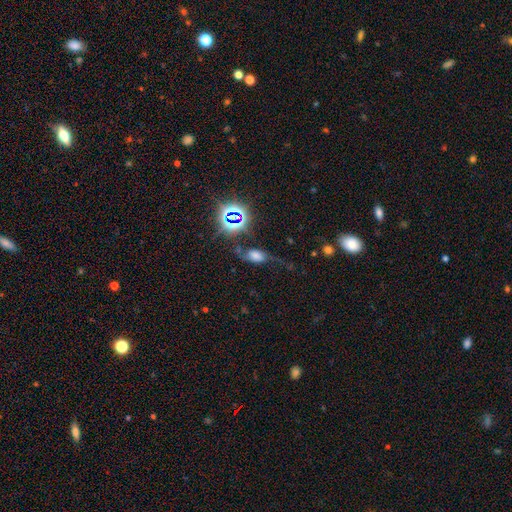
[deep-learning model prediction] This appears to be a smooth galaxy with no disk features (41%). Merging: none (44%).